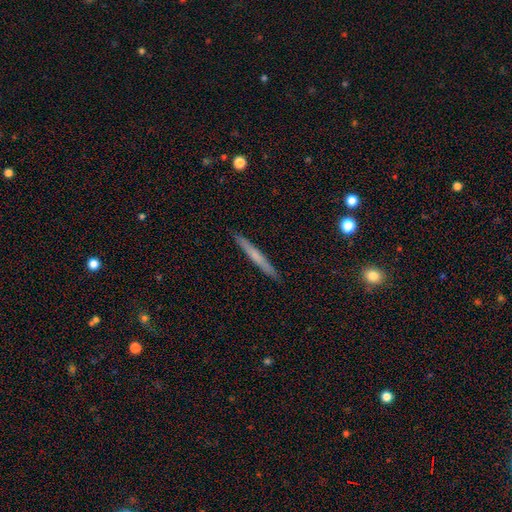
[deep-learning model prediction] smooth_or_featured: smooth (p=0.53) [alt: featured or disk p=0.41]
how_rounded: cigar-shaped (p=0.96) [alt: in between p=0.02]
merging: none (p=0.91) [alt: minor disturbance p=0.06]